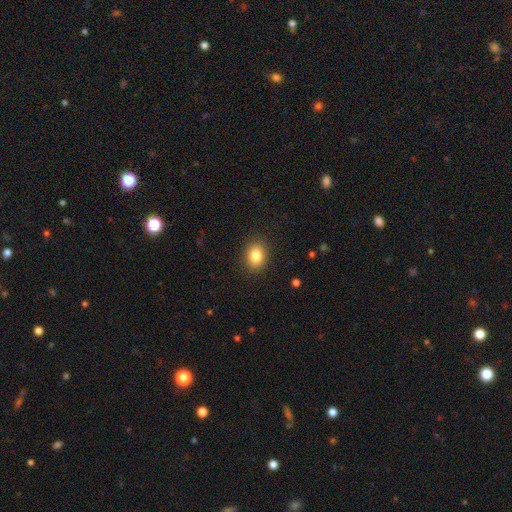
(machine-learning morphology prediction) Smooth or featured?
  - smooth: 83% *
  - star or artifact: 10%
  - featured or disk: 7%
How rounded?
  - in between: 53% *
  - round: 46%
  - cigar-shaped: 1%
Merging?
  - none: 89% *
  - minor disturbance: 8%
  - major disturbance: 2%
  - merger: 1%